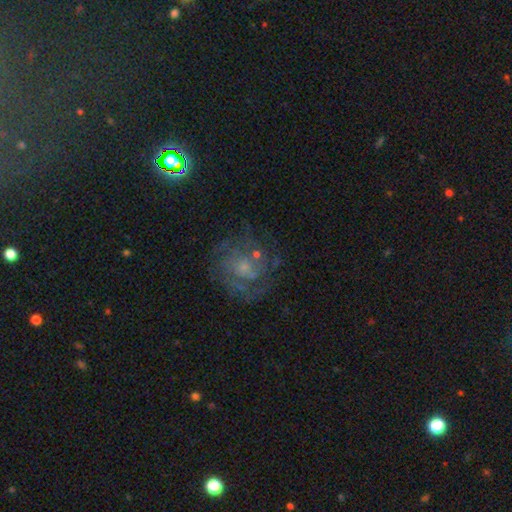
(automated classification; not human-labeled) smooth-or-featured: featured or disk: 66% | smooth: 20% | star or artifact: 14%
  disk-edge-on: no: 98% | yes: 2%
    bar: no: 75% | weak: 21% | strong: 4%
    has-spiral-arms: yes: 78% | no: 22%
      spiral-winding: tight: 49% | medium: 37% | loose: 14%
      spiral-arm-count: can't tell: 45% | 2: 23% | 3: 14% | 1: 7% | 4: 6% | more than 4: 5%
    bulge-size: small: 54% | moderate: 25% | none: 16% | large: 3% | dominant: 1%
  merging: none: 66% | minor disturbance: 16% | major disturbance: 14% | merger: 4%